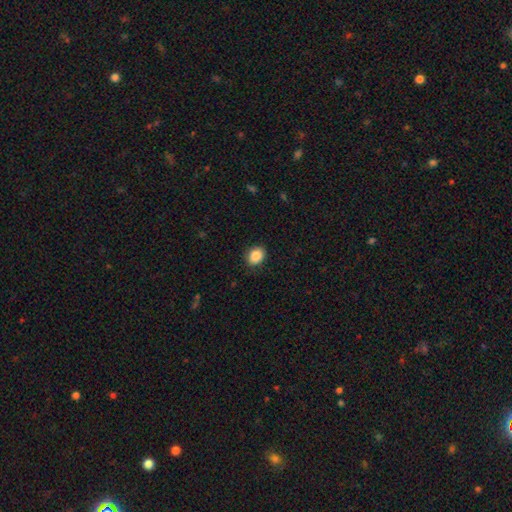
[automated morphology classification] smooth-or-featured: smooth: 88% | star or artifact: 9% | featured or disk: 4%
  how-rounded: in between: 54% | round: 45% | cigar-shaped: 1%
  merging: none: 88% | minor disturbance: 9% | major disturbance: 2% | merger: 1%